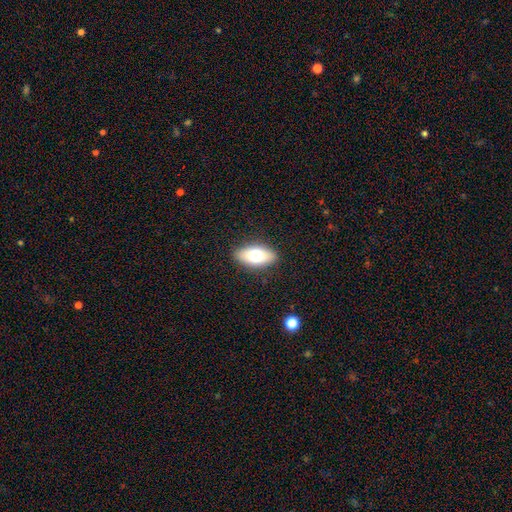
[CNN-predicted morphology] Smooth or featured?
  - smooth: 70% *
  - featured or disk: 22%
  - star or artifact: 7%
How rounded?
  - in between: 88% *
  - cigar-shaped: 8%
  - round: 4%
Merging?
  - none: 88% *
  - minor disturbance: 9%
  - major disturbance: 2%
  - merger: 1%